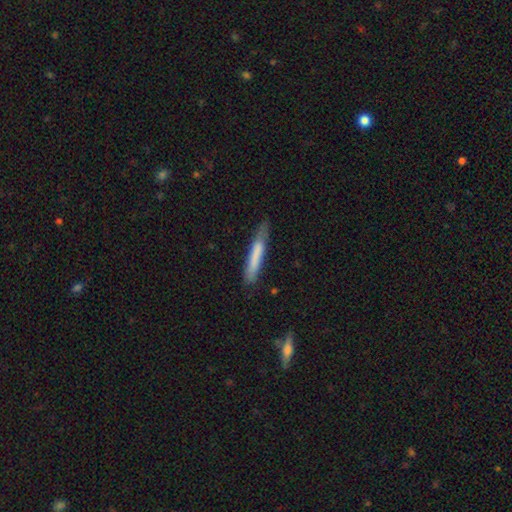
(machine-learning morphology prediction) Overall: smooth (72%). How rounded: cigar-shaped (93%). Merging: none (67%).